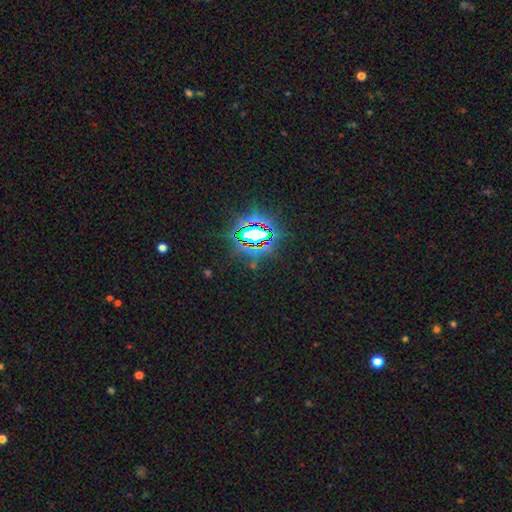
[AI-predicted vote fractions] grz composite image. It shows a star or artifact, not a galaxy (84%).